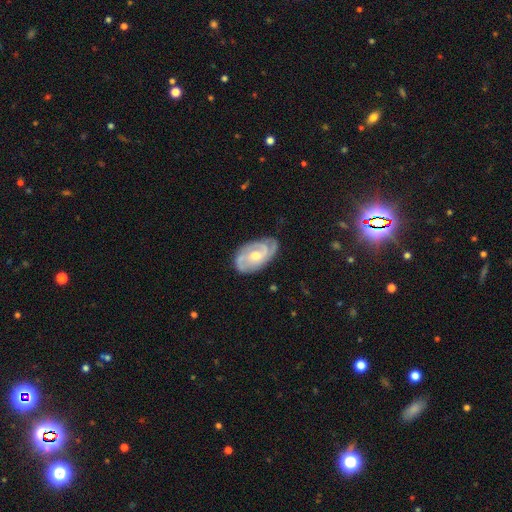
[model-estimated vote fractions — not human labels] Smooth or featured? featured or disk (84%)
Edge-on disk? no (96%)
Bar? no (63%)
Spiral arms? yes (96%)
Spiral winding? tight (59%)
Spiral arm count? 2 (41%)
Bulge size? moderate (64%)
Merging? none (75%)